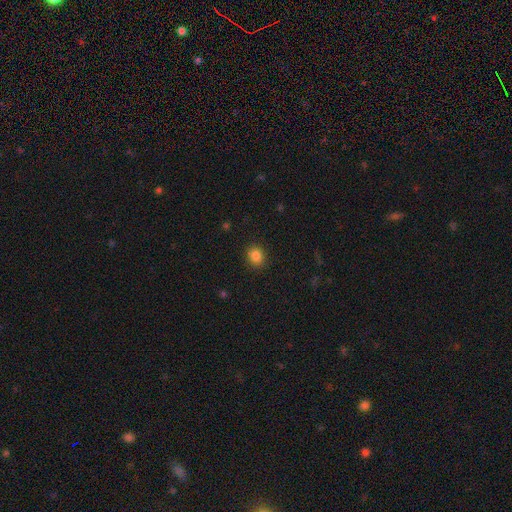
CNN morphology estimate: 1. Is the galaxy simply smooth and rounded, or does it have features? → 84% smooth, 12% star or artifact, 4% featured or disk.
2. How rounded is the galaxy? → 69% round, 30% in between, 1% cigar-shaped.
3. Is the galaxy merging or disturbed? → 88% none, 9% minor disturbance, 3% major disturbance, 1% merger.